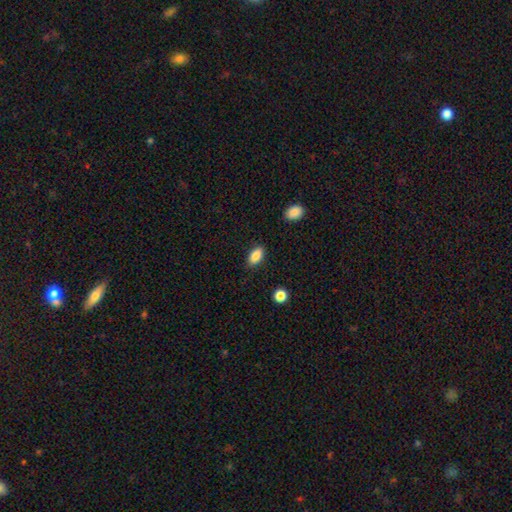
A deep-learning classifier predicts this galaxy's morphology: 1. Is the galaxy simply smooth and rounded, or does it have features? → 86% smooth, 8% star or artifact, 6% featured or disk.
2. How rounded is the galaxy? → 90% in between, 5% round, 5% cigar-shaped.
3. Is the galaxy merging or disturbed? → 87% none, 10% minor disturbance, 2% major disturbance, 1% merger.